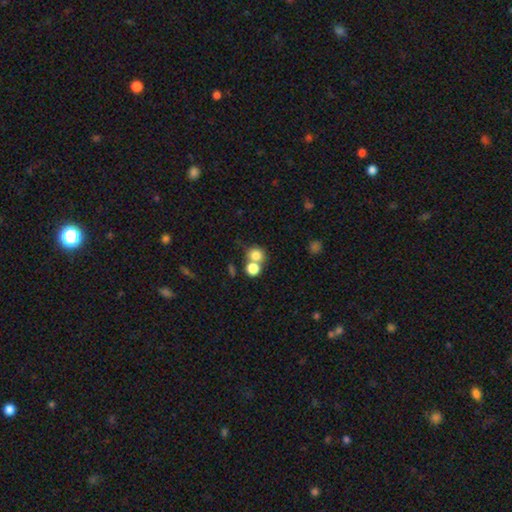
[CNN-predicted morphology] type=smooth (79%); roundness=round (81%); merging=none (47%).